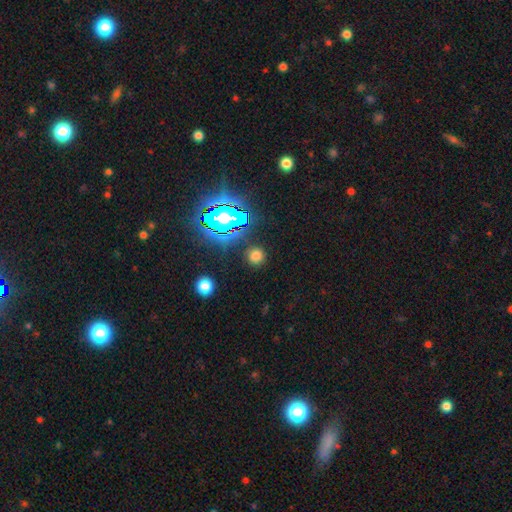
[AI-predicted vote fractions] Smooth or featured?
  - smooth: 66% *
  - star or artifact: 27%
  - featured or disk: 7%
How rounded?
  - round: 91% *
  - in between: 8%
  - cigar-shaped: 1%
Merging?
  - none: 87% *
  - minor disturbance: 7%
  - major disturbance: 3%
  - merger: 2%